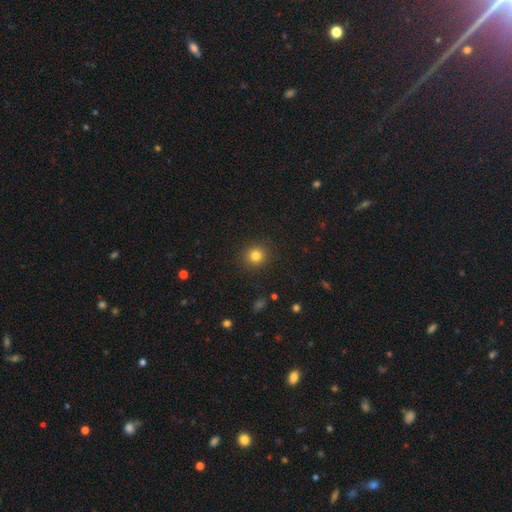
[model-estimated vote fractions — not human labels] Q: Smooth or featured?
A: smooth (82%); runner-up: star or artifact (13%)
Q: How rounded?
A: round (91%); runner-up: in between (8%)
Q: Merging?
A: none (91%); runner-up: minor disturbance (6%)